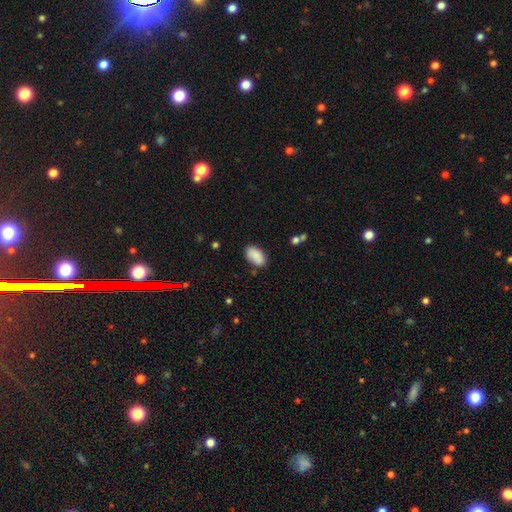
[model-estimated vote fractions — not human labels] This appears to be a smooth galaxy with no disk features (88%) that is in between round and cigar-shaped (94%). Merging: none (79%).